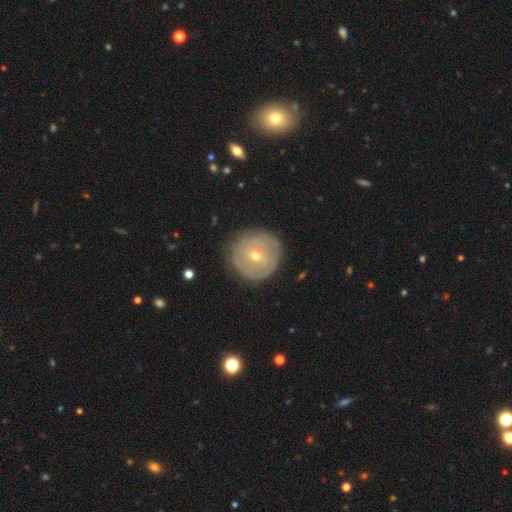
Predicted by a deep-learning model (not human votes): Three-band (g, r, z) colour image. It shows a featured or disk galaxy (63%) with no bar (63%), spiral arms (65%) and a small central bulge (57%). Merging: none (82%).